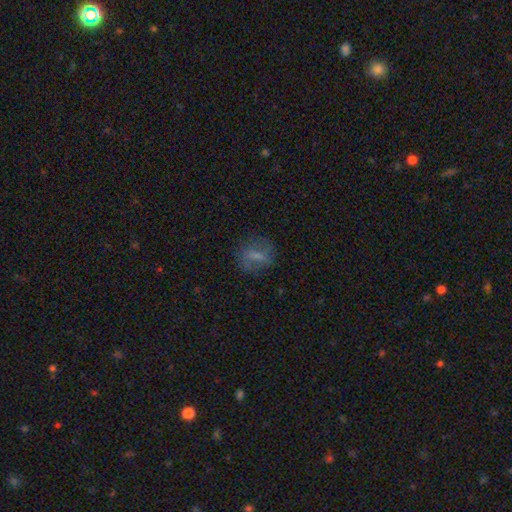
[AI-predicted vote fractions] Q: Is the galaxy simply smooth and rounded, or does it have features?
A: smooth — 57%.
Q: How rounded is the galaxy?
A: in between — 48%.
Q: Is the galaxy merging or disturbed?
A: none — 72%.